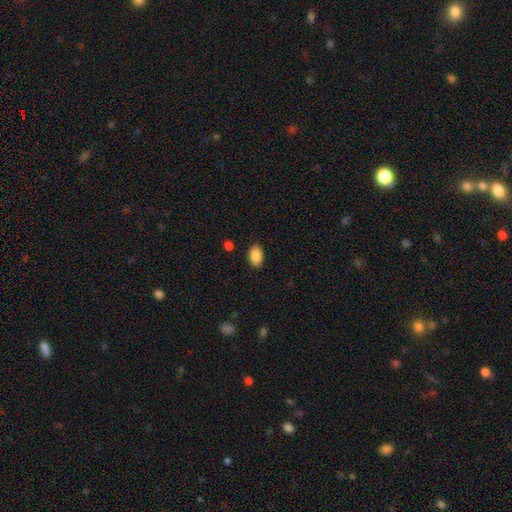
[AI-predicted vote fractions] This is clearly a smooth galaxy (88%). How rounded: clearly in between (91%). Merging: clearly none (87%).